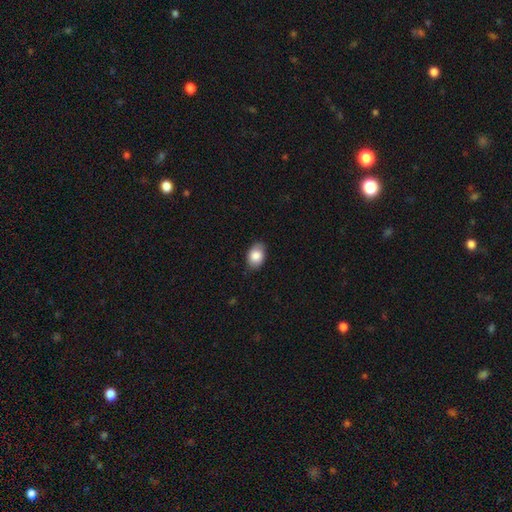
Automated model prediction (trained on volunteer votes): A smooth galaxy with no disk features (85%) that is in between round and cigar-shaped (84%).

Vote fractions:
- Smooth or featured? smooth: 85% / featured or disk: 8% / star or artifact: 7%
- How rounded? in between: 84% / round: 15% / cigar-shaped: 1%
- Merging? none: 83% / minor disturbance: 14% / major disturbance: 3% / merger: 1%